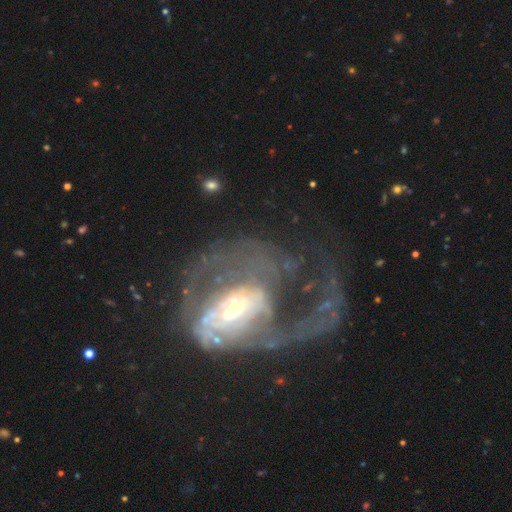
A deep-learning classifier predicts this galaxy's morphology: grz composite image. It shows a featured or disk galaxy (80%) with no bar (43%), 2 (33%) medium (40%) spiral arms (78%) and a small central bulge (47%). Merging: major disturbance (60%).